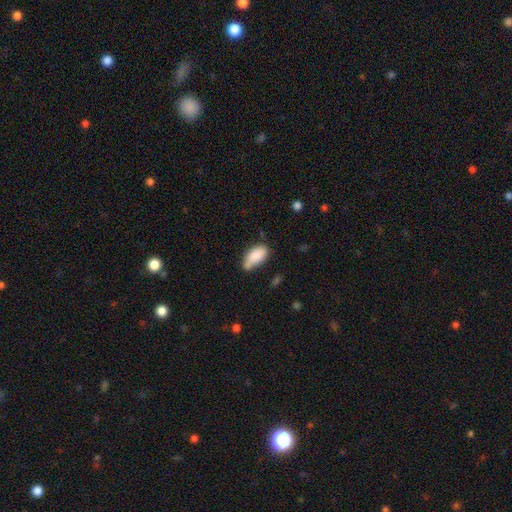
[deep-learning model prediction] smooth-or-featured: smooth: 84% | featured or disk: 9% | star or artifact: 7%
  how-rounded: in between: 92% | cigar-shaped: 5% | round: 3%
  merging: none: 53% | minor disturbance: 30% | merger: 9% | major disturbance: 8%